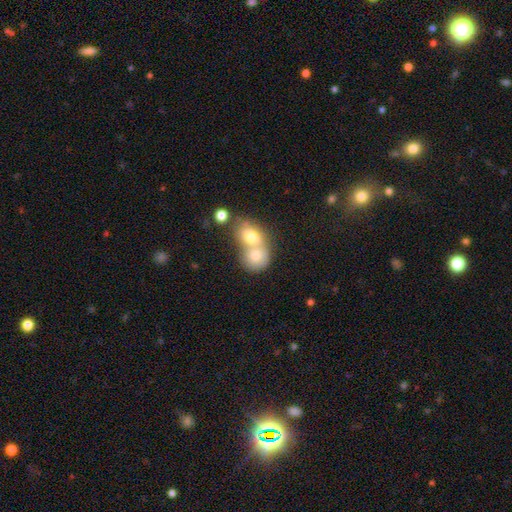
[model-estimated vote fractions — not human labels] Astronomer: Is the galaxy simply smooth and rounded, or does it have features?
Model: smooth — 73%.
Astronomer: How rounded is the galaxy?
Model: round — 59% (runner-up: in between, 40%).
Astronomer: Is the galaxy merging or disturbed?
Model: merger — 69%.